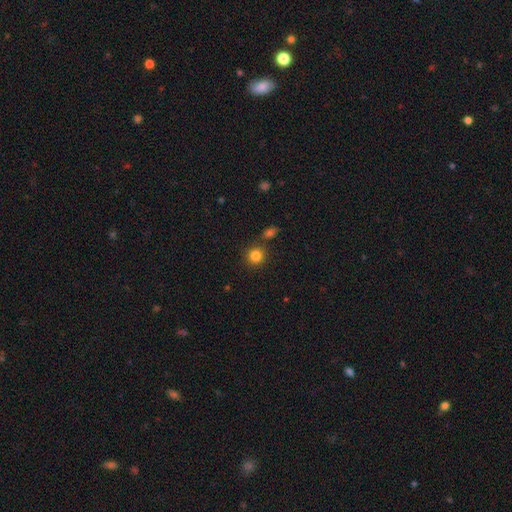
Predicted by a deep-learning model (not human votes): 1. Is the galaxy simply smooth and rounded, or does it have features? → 83% smooth, 12% star or artifact, 5% featured or disk.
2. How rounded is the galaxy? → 91% round, 8% in between, 1% cigar-shaped.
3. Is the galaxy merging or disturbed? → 82% none, 8% minor disturbance, 7% merger, 3% major disturbance.